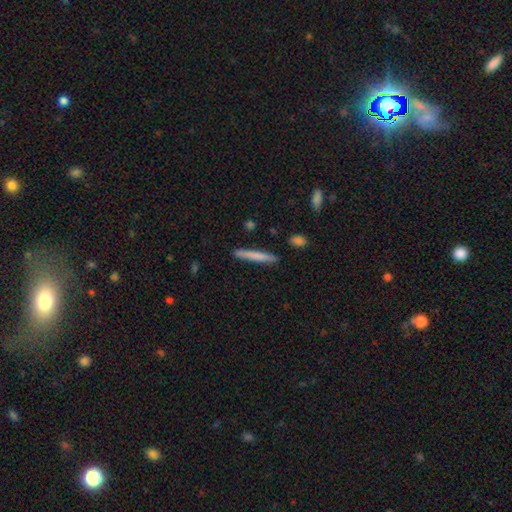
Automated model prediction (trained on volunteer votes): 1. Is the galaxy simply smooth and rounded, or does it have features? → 72% smooth, 22% featured or disk, 6% star or artifact.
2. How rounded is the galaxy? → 96% cigar-shaped, 3% in between, 1% round.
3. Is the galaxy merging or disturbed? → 88% none, 8% minor disturbance, 2% merger, 2% major disturbance.